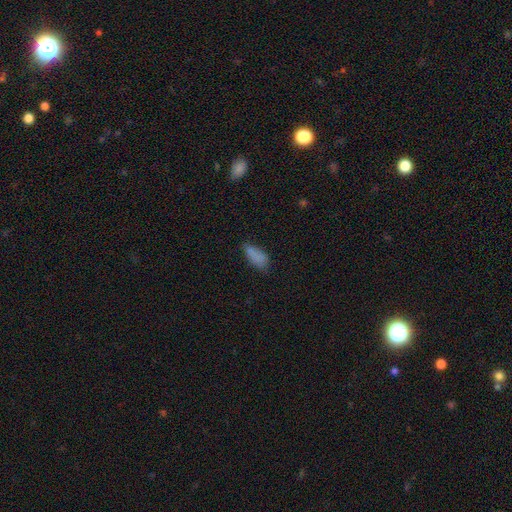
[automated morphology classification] The model was most divided on "merging": none: 52%, minor disturbance: 32%, major disturbance: 12%, merger: 4%. More confident: how rounded — in between (85%); smooth or featured — smooth (80%).